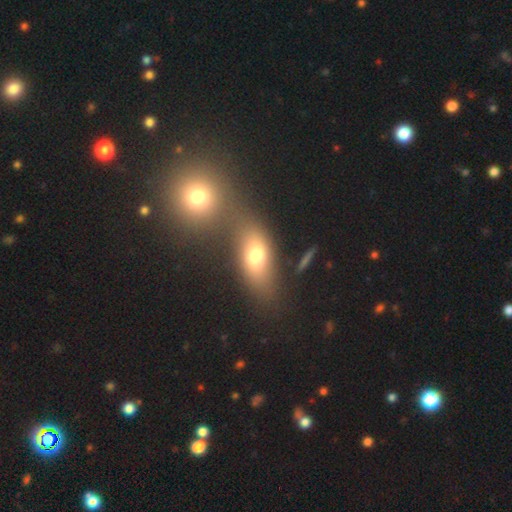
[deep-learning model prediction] Smooth or featured? smooth (70%)
How rounded? in between (76%)
Merging? none (58%)